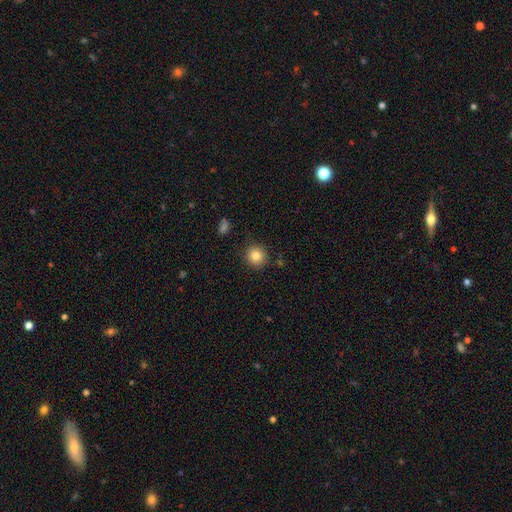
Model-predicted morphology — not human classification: A smooth galaxy with no disk features (83%) that is round (93%). Merging: none (88%).